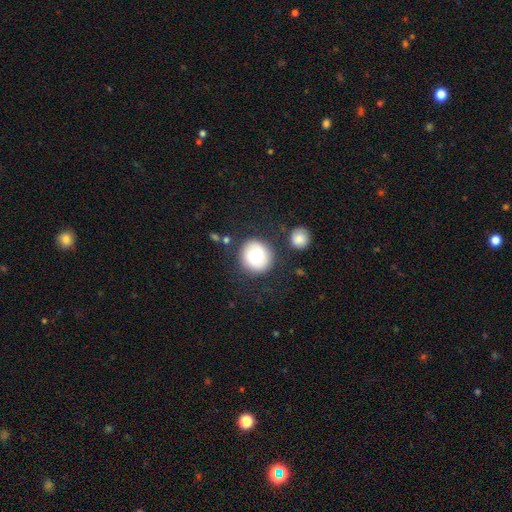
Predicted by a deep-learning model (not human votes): Overall: smooth (72%). How rounded: round (89%). Merging: none (79%).